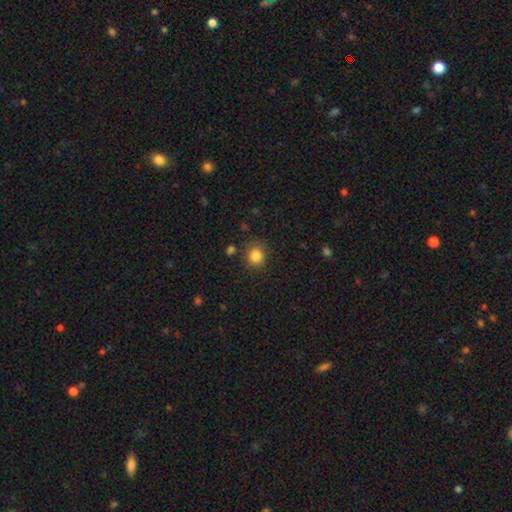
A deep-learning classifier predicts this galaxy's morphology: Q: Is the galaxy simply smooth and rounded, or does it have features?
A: smooth — 85%.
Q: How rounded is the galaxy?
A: round — 81%.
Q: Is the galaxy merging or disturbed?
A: none — 82%.